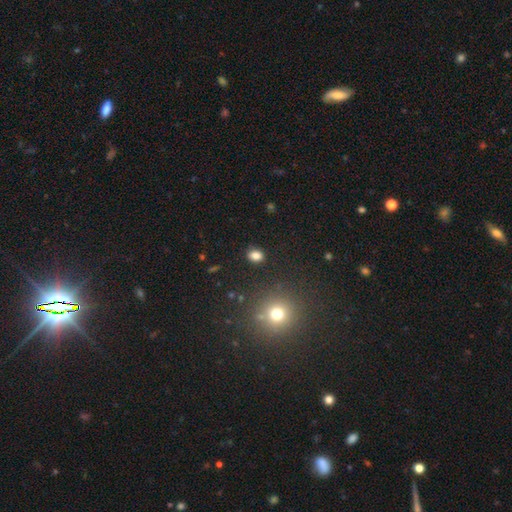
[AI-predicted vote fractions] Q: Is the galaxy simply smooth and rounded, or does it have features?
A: smooth — 82%.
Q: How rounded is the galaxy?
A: in between — 62%.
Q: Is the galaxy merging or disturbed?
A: none — 86%.